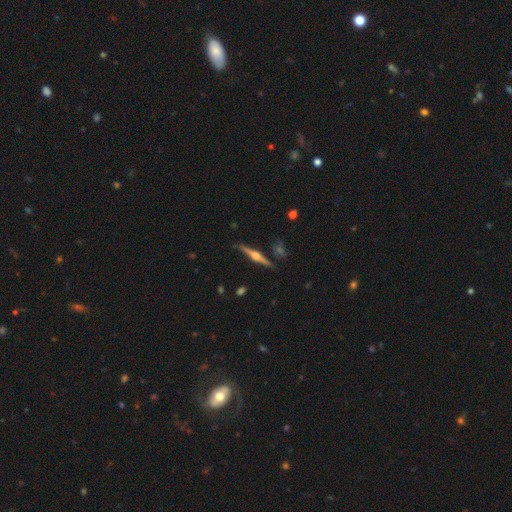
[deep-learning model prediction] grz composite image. It shows a featured or disk galaxy (81%) viewed edge-on (98%) with a rounded central bulge (95%). Merging: none (87%).